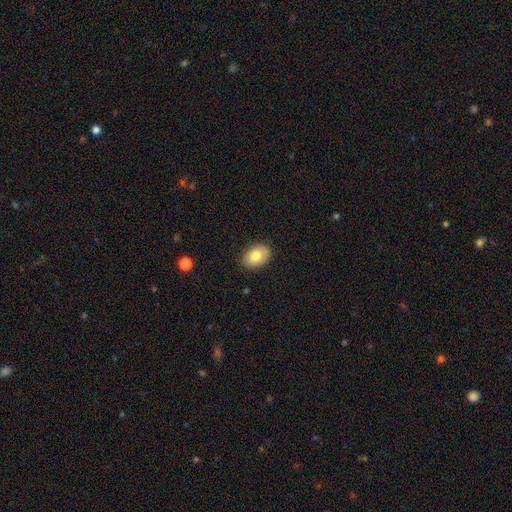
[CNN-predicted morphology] A smooth galaxy with no disk features (79%) that is in between round and cigar-shaped (83%).

Vote fractions:
- Smooth or featured? smooth: 79% / featured or disk: 13% / star or artifact: 8%
- How rounded? in between: 83% / round: 16% / cigar-shaped: 1%
- Merging? none: 87% / minor disturbance: 10% / major disturbance: 2% / merger: 1%